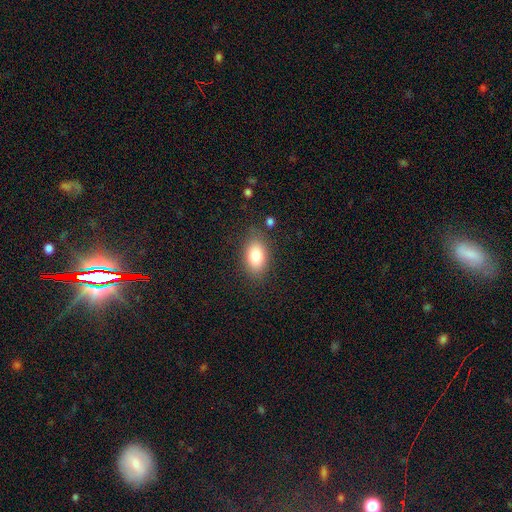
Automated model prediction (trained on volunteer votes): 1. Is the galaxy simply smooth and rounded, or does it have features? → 82% smooth, 10% featured or disk, 8% star or artifact.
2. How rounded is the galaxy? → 90% in between, 8% round, 3% cigar-shaped.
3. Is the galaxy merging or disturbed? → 82% none, 12% minor disturbance, 4% major disturbance, 2% merger.